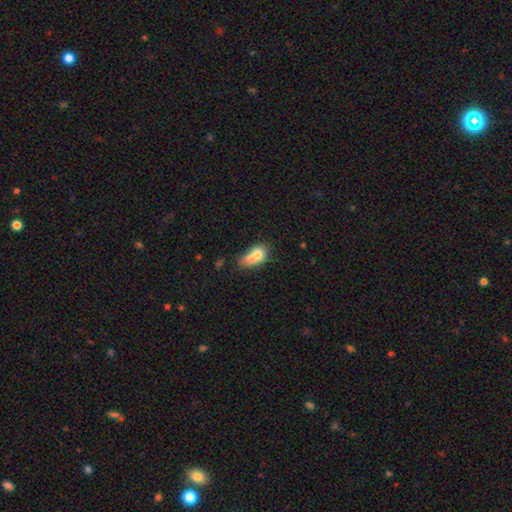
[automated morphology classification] Q: Smooth or featured?
A: smooth (70%); runner-up: featured or disk (20%)
Q: How rounded?
A: in between (72%); runner-up: round (23%)
Q: Merging?
A: merger (56%); runner-up: none (22%)